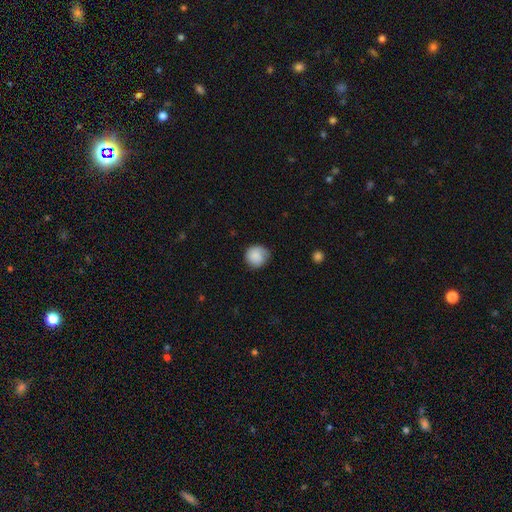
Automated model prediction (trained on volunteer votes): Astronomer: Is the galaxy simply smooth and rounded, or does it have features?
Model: smooth — 81%.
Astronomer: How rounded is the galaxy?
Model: round — 90%.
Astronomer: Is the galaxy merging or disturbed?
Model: none — 72%.